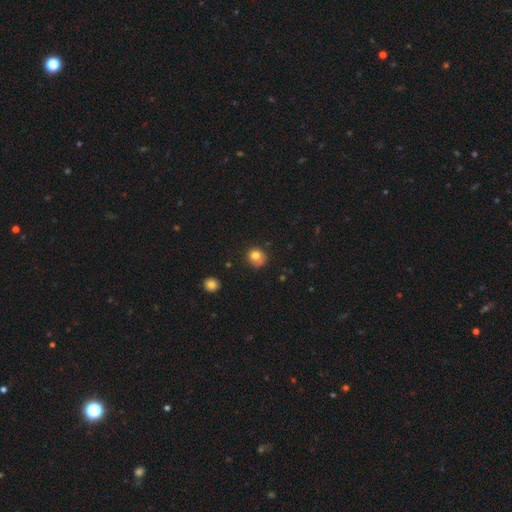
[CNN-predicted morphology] smooth_or_featured: smooth (p=0.78) [alt: featured or disk p=0.11]
how_rounded: round (p=0.85) [alt: in between p=0.14]
merging: none (p=0.66) [alt: minor disturbance p=0.23]